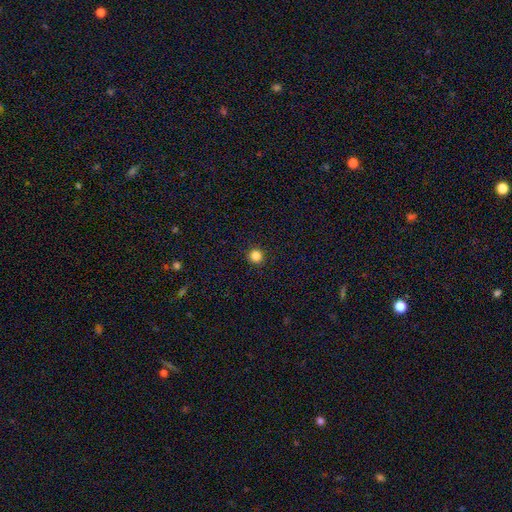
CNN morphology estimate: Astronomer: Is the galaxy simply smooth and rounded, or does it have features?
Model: smooth — 83%.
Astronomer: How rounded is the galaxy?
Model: round — 95%.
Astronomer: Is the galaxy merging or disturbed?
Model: none — 93%.